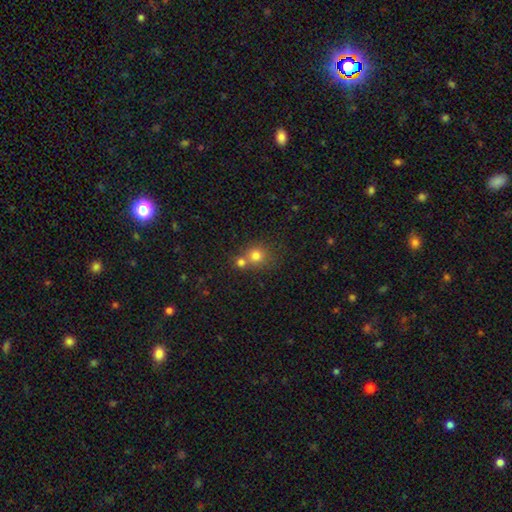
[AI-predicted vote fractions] A smooth galaxy with no disk features (78%) that is round (87%).

Vote fractions:
- Smooth or featured? smooth: 78% / star or artifact: 13% / featured or disk: 9%
- How rounded? round: 87% / in between: 13% / cigar-shaped: 1%
- Merging? none: 48% / merger: 42% / minor disturbance: 7% / major disturbance: 3%